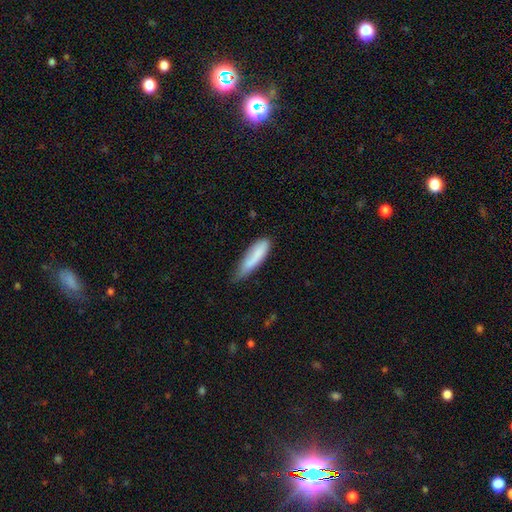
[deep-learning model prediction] The model was most divided on "merging": none: 46%, minor disturbance: 41%, major disturbance: 9%, merger: 3%. More confident: smooth or featured — smooth (80%); how rounded — cigar-shaped (65%).